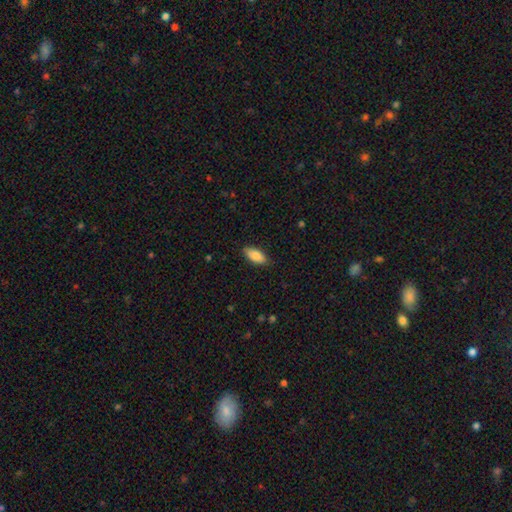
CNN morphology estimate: Q: Smooth or featured?
A: smooth (87%); runner-up: featured or disk (7%)
Q: How rounded?
A: in between (87%); runner-up: cigar-shaped (11%)
Q: Merging?
A: none (86%); runner-up: minor disturbance (11%)